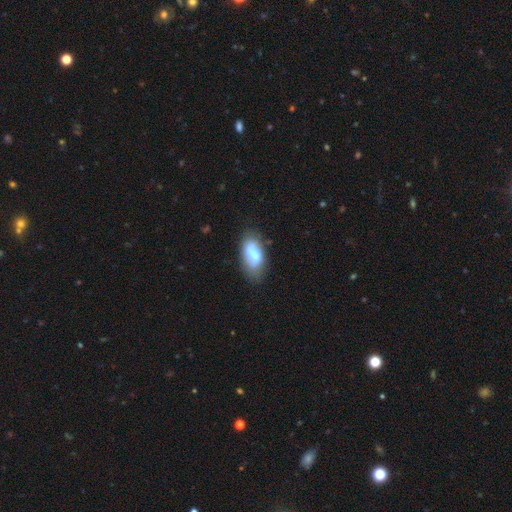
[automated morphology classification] smooth-or-featured: smooth: 66% | featured or disk: 27% | star or artifact: 7%
  how-rounded: in between: 92% | cigar-shaped: 5% | round: 3%
  merging: none: 65% | minor disturbance: 24% | major disturbance: 7% | merger: 3%